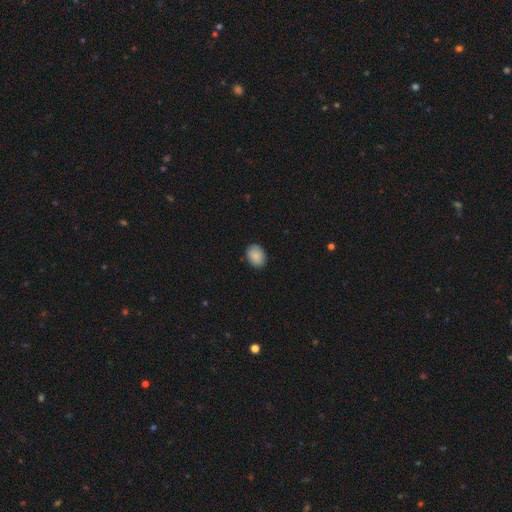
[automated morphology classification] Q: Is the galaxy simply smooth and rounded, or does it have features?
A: smooth — 87%.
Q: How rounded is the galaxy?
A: in between — 67%.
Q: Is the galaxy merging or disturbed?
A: none — 87%.